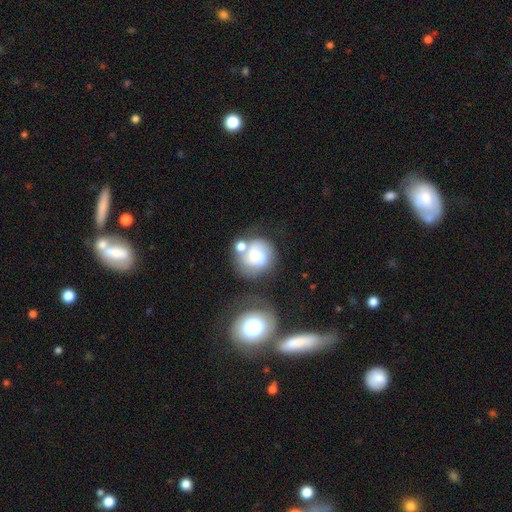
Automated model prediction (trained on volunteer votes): Q: Smooth or featured?
A: featured or disk (57%); runner-up: smooth (34%)
Q: Edge-on disk?
A: no (98%); runner-up: yes (2%)
Q: Bar?
A: no (64%); runner-up: weak (29%)
Q: Spiral arms?
A: yes (84%); runner-up: no (16%)
Q: Bulge size?
A: small (35%); runner-up: moderate (34%)
Q: Merging?
A: none (42%); runner-up: merger (28%)